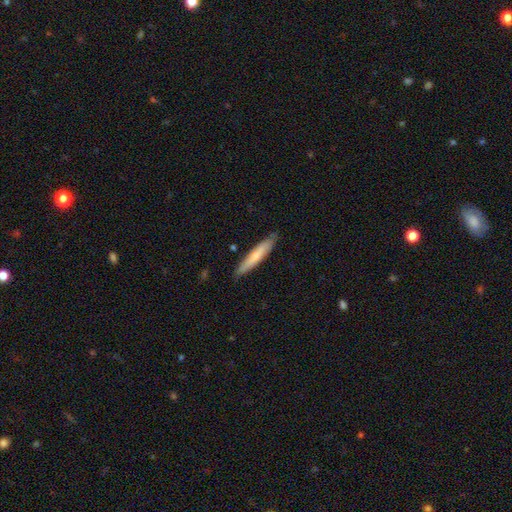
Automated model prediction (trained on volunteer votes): smooth-or-featured: smooth: 67% | featured or disk: 28% | star or artifact: 5%
  how-rounded: cigar-shaped: 92% | in between: 7% | round: 1%
  merging: none: 85% | minor disturbance: 12% | major disturbance: 2% | merger: 1%